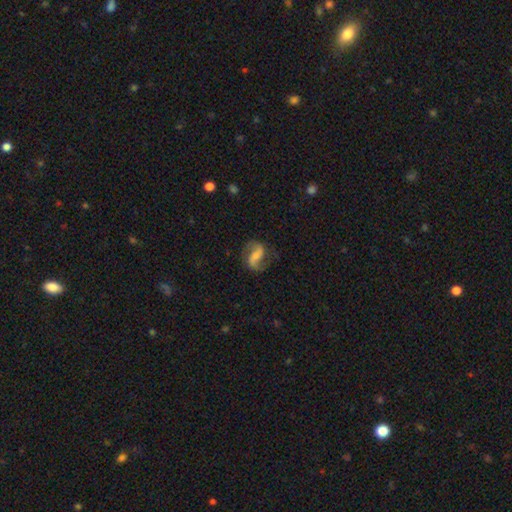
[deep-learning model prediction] Morphology: type=featured or disk (79%); edge-on=no (97%); bar=weak (41%); spiral arms=yes (95%); winding=loose (52%); arm count=2 (91%); bulge=small (46%); merging=none (74%).